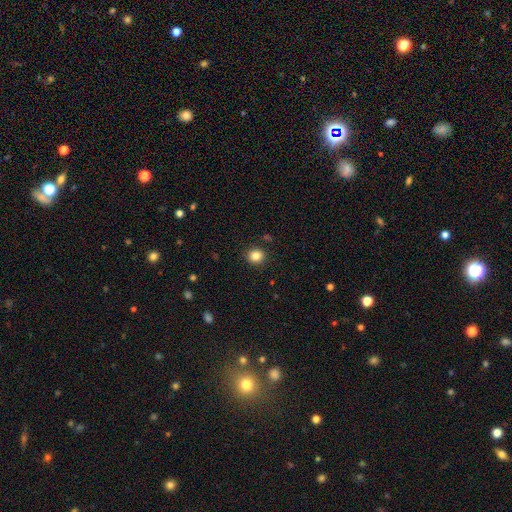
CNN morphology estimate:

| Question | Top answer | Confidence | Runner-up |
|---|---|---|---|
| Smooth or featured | smooth | 84% | star or artifact (11%) |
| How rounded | round | 85% | in between (14%) |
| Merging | none | 90% | minor disturbance (6%) |